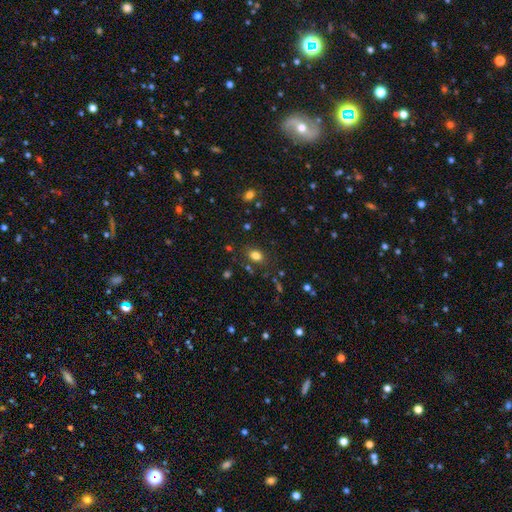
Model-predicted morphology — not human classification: A smooth galaxy with no disk features (81%) that is in between round and cigar-shaped (72%).

Vote fractions:
- Smooth or featured? smooth: 81% / star or artifact: 13% / featured or disk: 7%
- How rounded? in between: 72% / round: 26% / cigar-shaped: 1%
- Merging? none: 81% / minor disturbance: 12% / major disturbance: 4% / merger: 3%